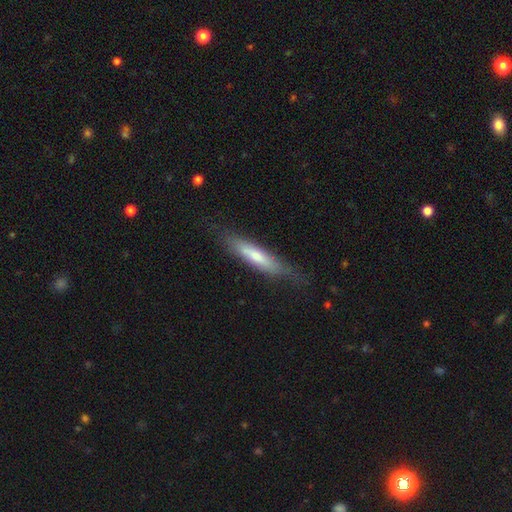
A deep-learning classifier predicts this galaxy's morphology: The model was most divided on "smooth or featured": smooth: 54%, featured or disk: 39%, star or artifact: 6%. More confident: how rounded — cigar-shaped (84%); merging — none (73%).